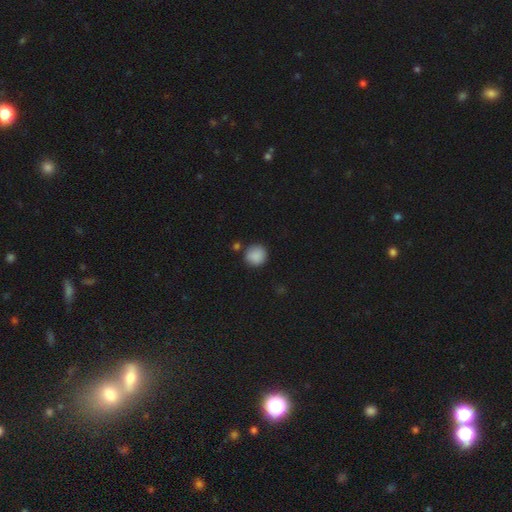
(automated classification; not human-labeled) This is clearly a smooth galaxy (88%). How rounded: clearly round (91%). Merging: likely none (78%).